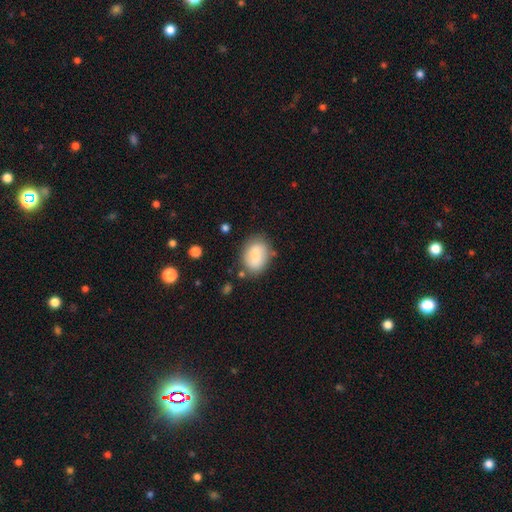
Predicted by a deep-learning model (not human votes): A smooth galaxy with no disk features (68%) that is in between round and cigar-shaped (73%).

Vote fractions:
- Smooth or featured? smooth: 68% / featured or disk: 25% / star or artifact: 7%
- How rounded? in between: 73% / round: 25% / cigar-shaped: 2%
- Merging? none: 74% / minor disturbance: 17% / major disturbance: 5% / merger: 4%